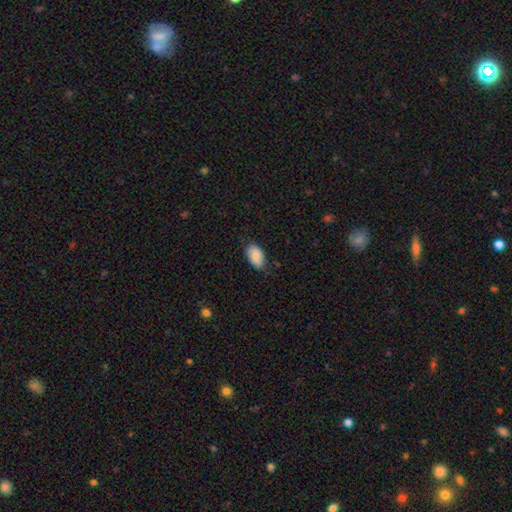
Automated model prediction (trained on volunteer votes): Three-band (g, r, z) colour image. It shows a smooth galaxy with no disk features (84%) that is in between round and cigar-shaped (92%). Merging: none (75%).